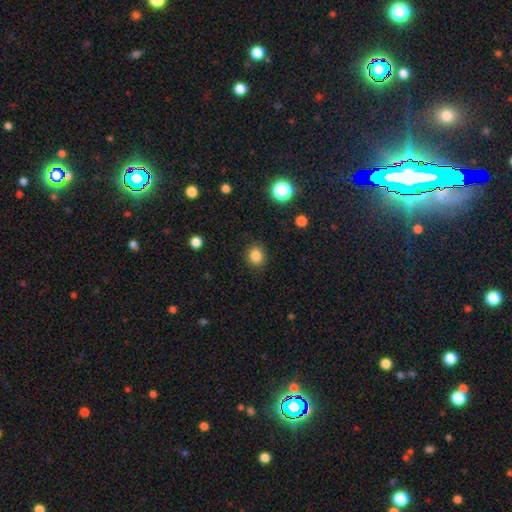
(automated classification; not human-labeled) smooth-or-featured: smooth: 84% | star or artifact: 12% | featured or disk: 4%
  how-rounded: round: 79% | in between: 20% | cigar-shaped: 1%
  merging: none: 88% | minor disturbance: 8% | major disturbance: 3% | merger: 1%